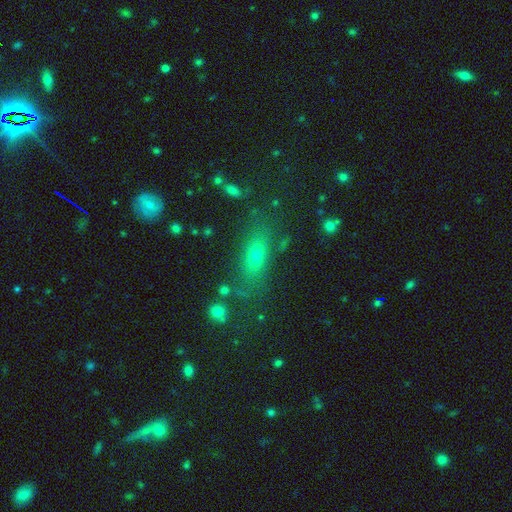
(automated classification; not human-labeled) A smooth galaxy with no disk features (63%) that is in between round and cigar-shaped (58%). Merging: none (73%).